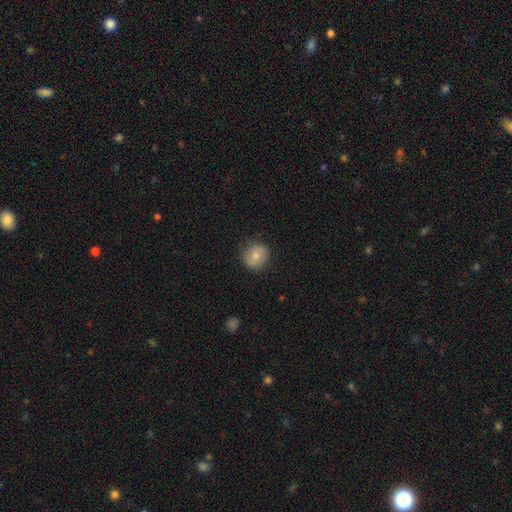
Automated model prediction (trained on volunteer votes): Smooth or featured? smooth (78%)
How rounded? round (85%)
Merging? none (84%)